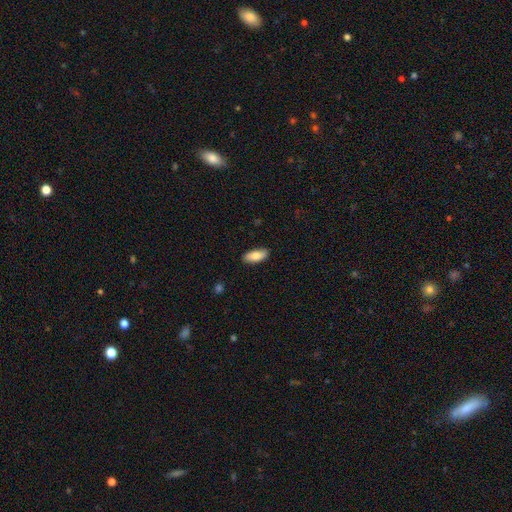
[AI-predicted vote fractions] The model was most divided on "smooth or featured": smooth: 82%, featured or disk: 12%, star or artifact: 6%. More confident: merging — none (88%); how rounded — in between (85%).